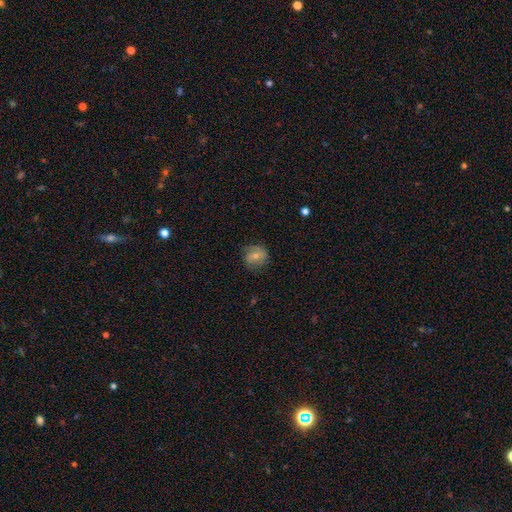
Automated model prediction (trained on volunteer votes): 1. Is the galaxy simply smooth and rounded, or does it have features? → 55% smooth, 35% featured or disk, 9% star or artifact.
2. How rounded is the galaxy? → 75% round, 24% in between, 1% cigar-shaped.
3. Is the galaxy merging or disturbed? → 75% none, 18% minor disturbance, 6% major disturbance, 1% merger.